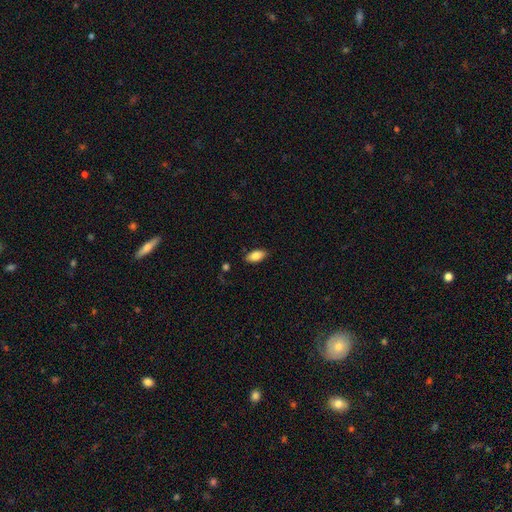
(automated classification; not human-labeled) Q: Smooth or featured?
A: smooth (84%); runner-up: featured or disk (9%)
Q: How rounded?
A: in between (91%); runner-up: cigar-shaped (6%)
Q: Merging?
A: none (86%); runner-up: minor disturbance (10%)